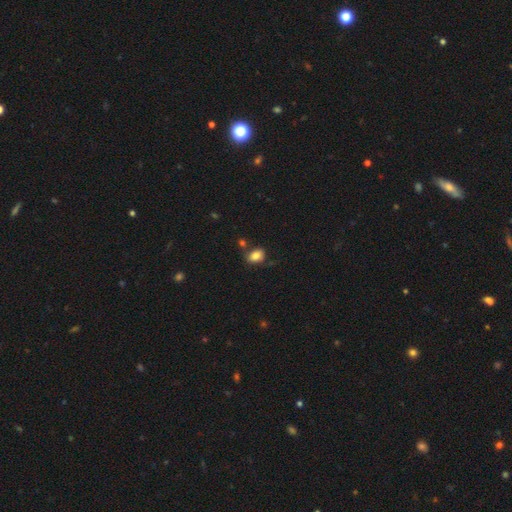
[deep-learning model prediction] smooth 83%, star or artifact 10%, featured or disk 7%. Down the decision tree: how rounded — in between (73%); merging — none (67%).